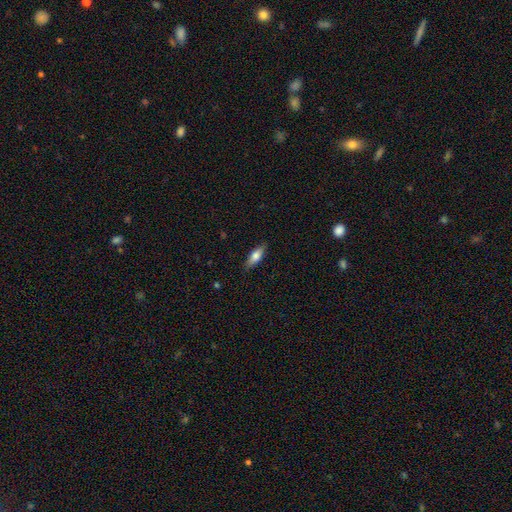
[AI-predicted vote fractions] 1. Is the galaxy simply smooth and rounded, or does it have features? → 69% smooth, 24% featured or disk, 6% star or artifact.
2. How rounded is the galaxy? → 66% in between, 31% cigar-shaped, 3% round.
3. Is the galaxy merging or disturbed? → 85% none, 11% minor disturbance, 2% major disturbance, 1% merger.